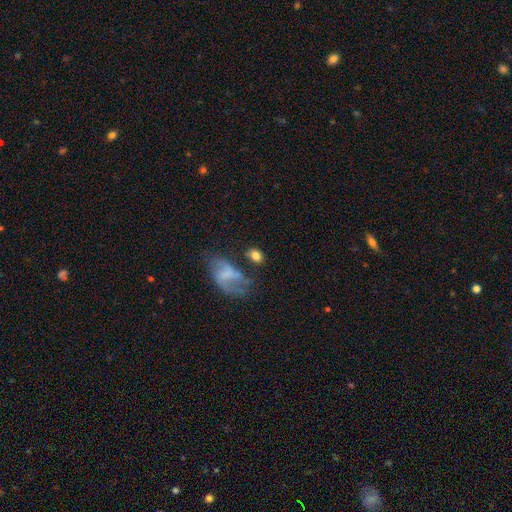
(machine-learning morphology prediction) smooth 77%, featured or disk 15%, star or artifact 8%. Down the decision tree: how rounded — in between (75%); merging — none (62%).